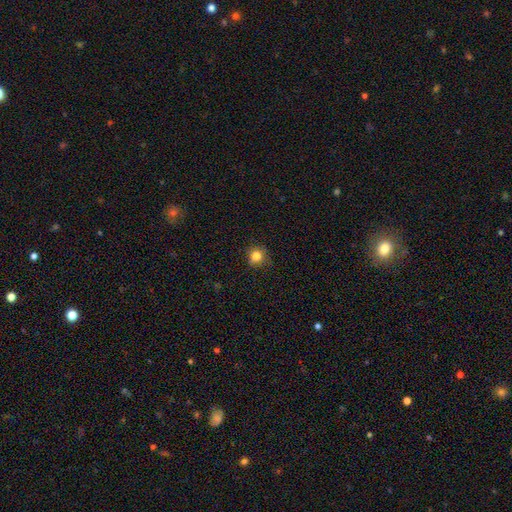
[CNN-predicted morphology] This appears to be a smooth galaxy with no disk features (80%) that is round (84%). Merging: none (81%).